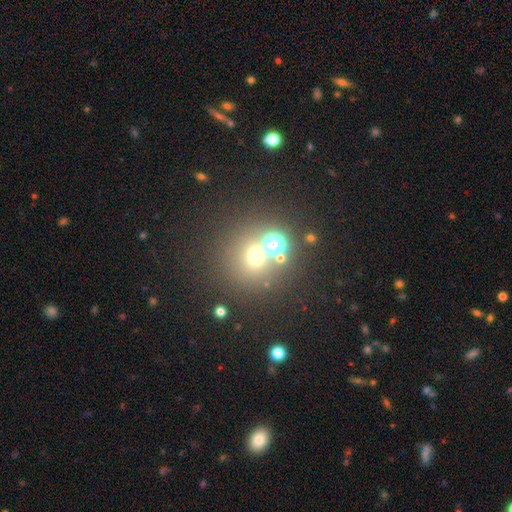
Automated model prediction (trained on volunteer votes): smooth-or-featured: smooth: 60% | star or artifact: 30% | featured or disk: 11%
  how-rounded: round: 88% | in between: 11% | cigar-shaped: 1%
  merging: none: 65% | merger: 21% | minor disturbance: 9% | major disturbance: 5%